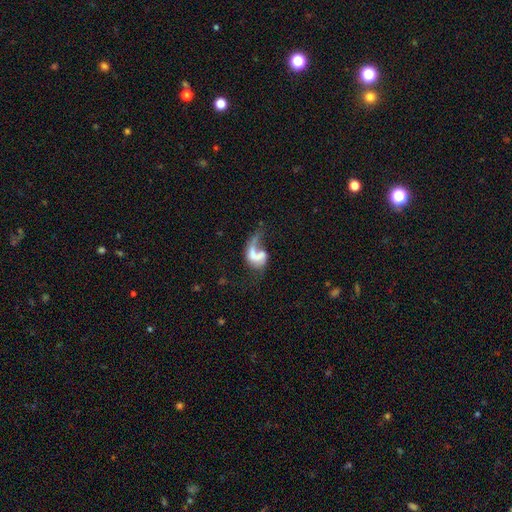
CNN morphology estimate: This appears to be a featured or disk galaxy (60%) with no bar (64%), spiral arms (66%) and no central bulge (51%). Merging: major disturbance (43%).